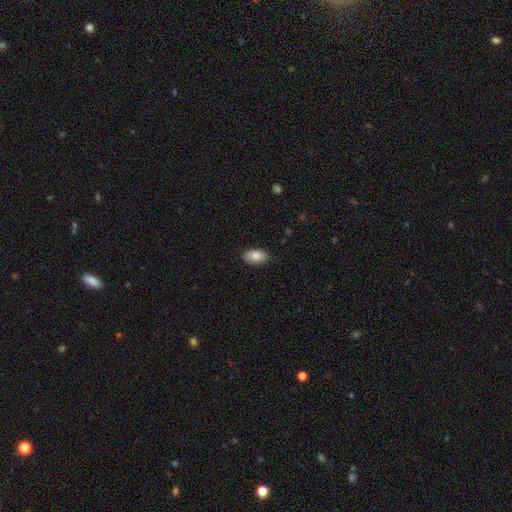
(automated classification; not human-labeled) Smooth or featured? smooth (86%)
How rounded? in between (94%)
Merging? none (87%)